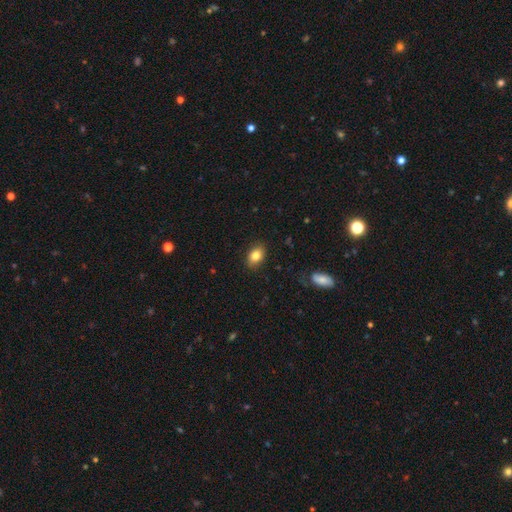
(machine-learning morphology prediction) smooth-or-featured: smooth: 82% | featured or disk: 9% | star or artifact: 9%
  how-rounded: in between: 81% | round: 18% | cigar-shaped: 1%
  merging: none: 85% | minor disturbance: 11% | major disturbance: 3% | merger: 1%